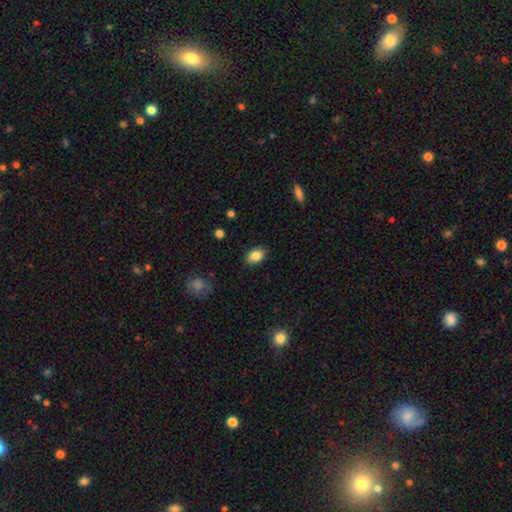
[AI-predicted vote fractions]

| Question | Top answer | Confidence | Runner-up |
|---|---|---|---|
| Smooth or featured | smooth | 85% | star or artifact (8%) |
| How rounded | in between | 87% | round (11%) |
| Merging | none | 87% | minor disturbance (10%) |